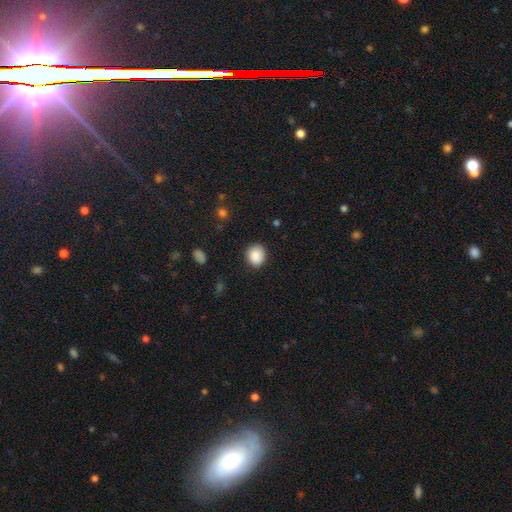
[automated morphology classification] Smooth or featured?
  - smooth: 88% *
  - star or artifact: 8%
  - featured or disk: 4%
How rounded?
  - round: 70% *
  - in between: 29%
  - cigar-shaped: 1%
Merging?
  - none: 86% *
  - minor disturbance: 10%
  - major disturbance: 3%
  - merger: 1%